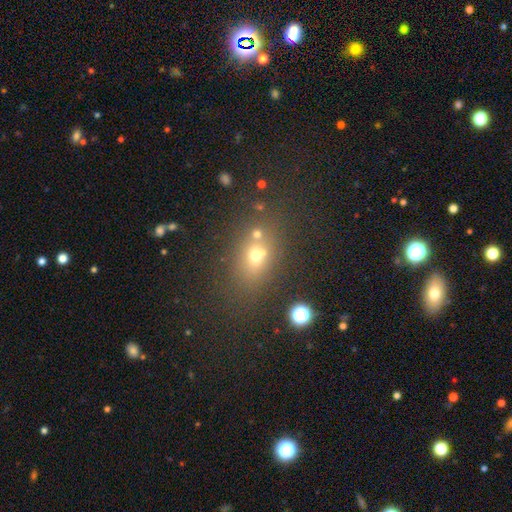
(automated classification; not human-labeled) The model was most divided on "how rounded": in between: 55%, round: 43%, cigar-shaped: 3%. More confident: smooth or featured — smooth (58%); merging — none (55%).